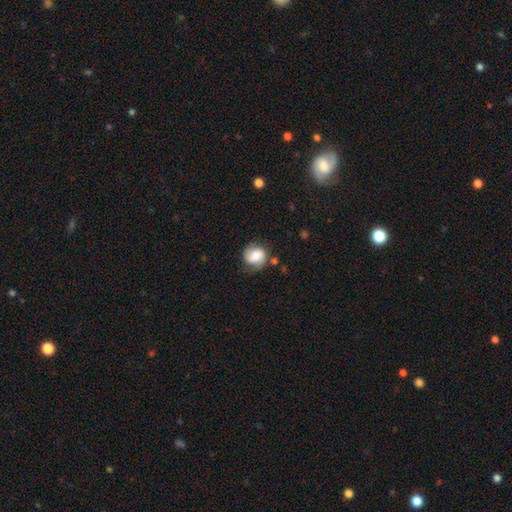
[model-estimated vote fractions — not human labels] A smooth galaxy with no disk features (61%) that is round (80%).

Vote fractions:
- Smooth or featured? smooth: 61% / featured or disk: 30% / star or artifact: 8%
- How rounded? round: 80% / in between: 19% / cigar-shaped: 1%
- Merging? none: 66% / minor disturbance: 23% / major disturbance: 7% / merger: 4%